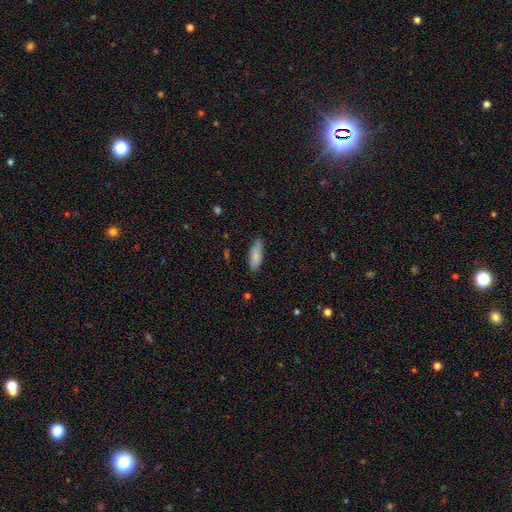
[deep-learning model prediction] A smooth galaxy with no disk features (83%) that is in between round and cigar-shaped (68%).

Vote fractions:
- Smooth or featured? smooth: 83% / featured or disk: 11% / star or artifact: 6%
- How rounded? in between: 68% / cigar-shaped: 31% / round: 2%
- Merging? none: 71% / minor disturbance: 23% / major disturbance: 4% / merger: 2%